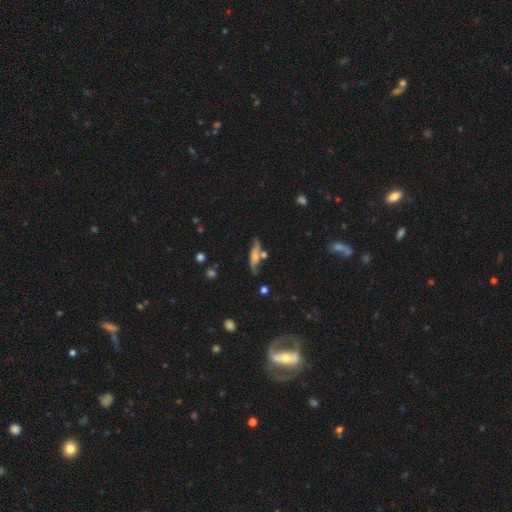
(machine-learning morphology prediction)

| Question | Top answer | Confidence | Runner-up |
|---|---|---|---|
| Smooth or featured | smooth | 51% | featured or disk (40%) |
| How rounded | cigar-shaped | 69% | in between (27%) |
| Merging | none | 63% | minor disturbance (20%) |